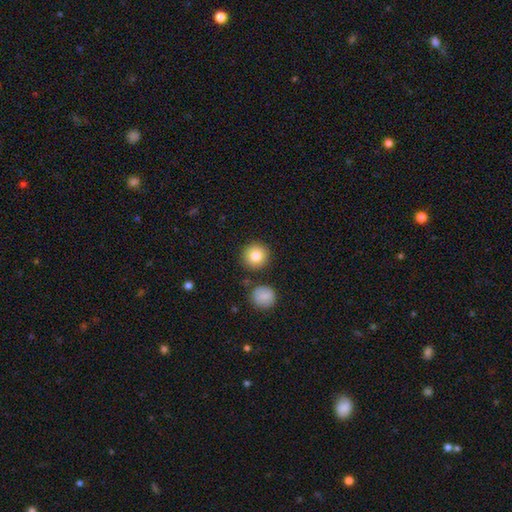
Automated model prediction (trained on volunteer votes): A smooth galaxy with no disk features (83%) that is round (94%). Merging: none (85%).